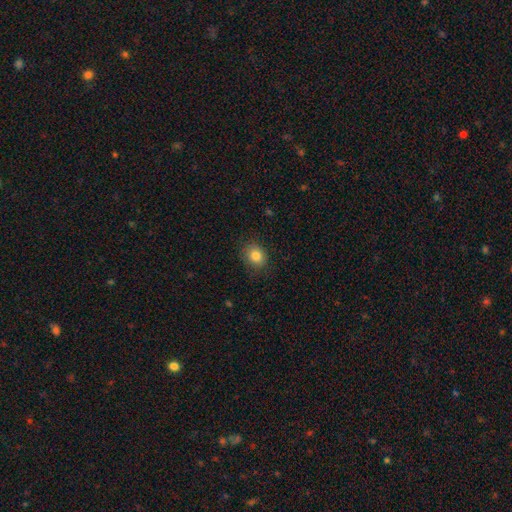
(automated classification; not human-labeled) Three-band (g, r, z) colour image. It shows a smooth galaxy with no disk features (83%) that is round (61%). Merging: none (84%).